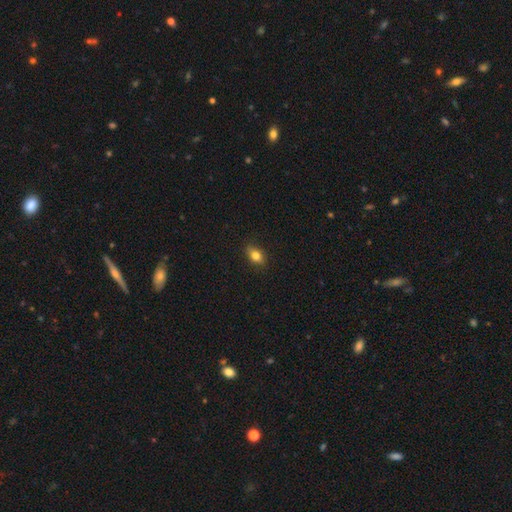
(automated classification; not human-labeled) The model was most divided on "how rounded": in between: 81%, round: 14%, cigar-shaped: 5%. More confident: merging — none (87%); smooth or featured — smooth (80%).